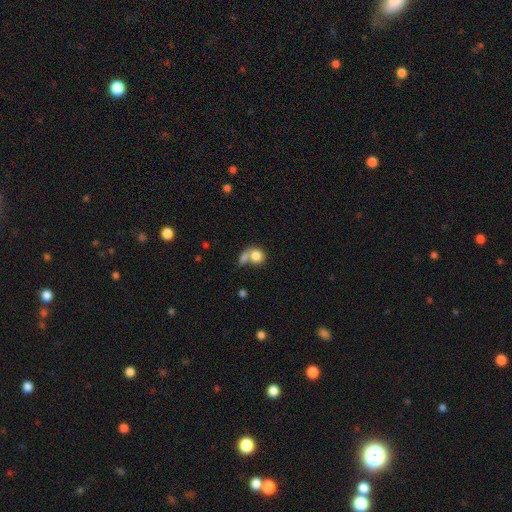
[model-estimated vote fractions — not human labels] A smooth galaxy with no disk features (80%) that is round (64%).

Vote fractions:
- Smooth or featured? smooth: 80% / featured or disk: 12% / star or artifact: 8%
- How rounded? round: 64% / in between: 34% / cigar-shaped: 1%
- Merging? merger: 54% / none: 29% / minor disturbance: 9% / major disturbance: 8%